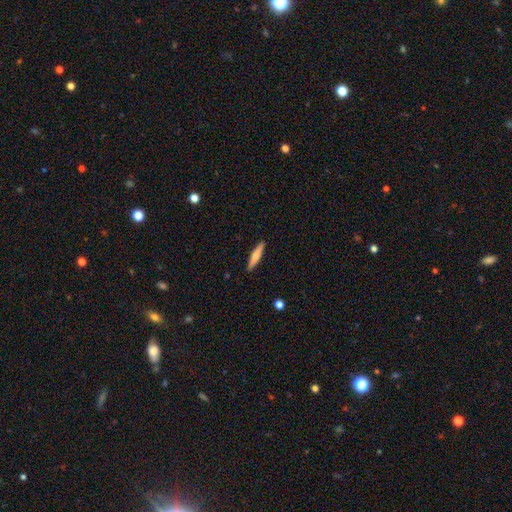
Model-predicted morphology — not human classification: smooth_or_featured: smooth (p=0.65) [alt: featured or disk p=0.30]
how_rounded: cigar-shaped (p=0.89) [alt: in between p=0.10]
merging: none (p=0.90) [alt: minor disturbance p=0.07]